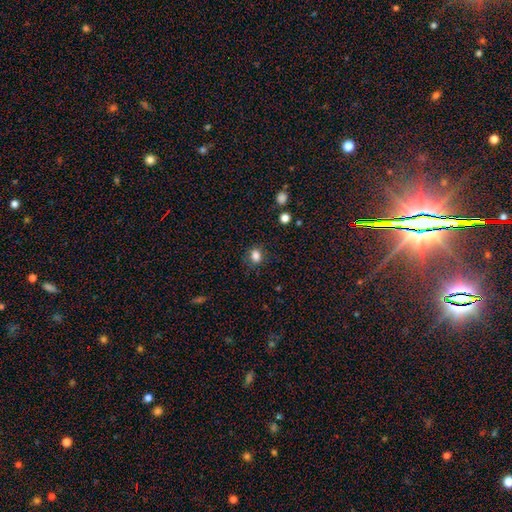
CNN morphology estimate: This appears to be a smooth galaxy with no disk features (83%) that is in between round and cigar-shaped (50%). Merging: none (79%).